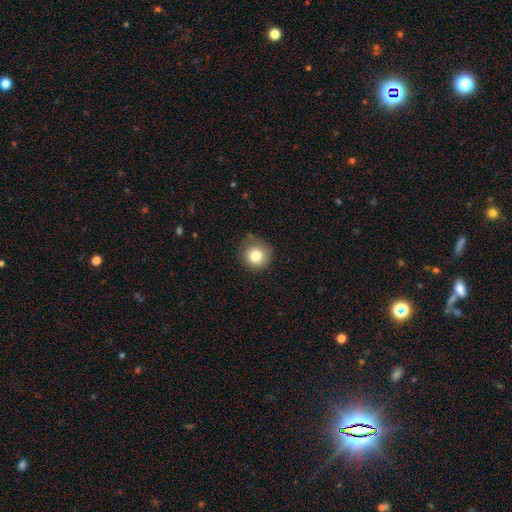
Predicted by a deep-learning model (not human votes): A smooth galaxy with no disk features (80%) that is round (94%).

Vote fractions:
- Smooth or featured? smooth: 80% / star or artifact: 11% / featured or disk: 9%
- How rounded? round: 94% / in between: 5% / cigar-shaped: 1%
- Merging? none: 74% / minor disturbance: 19% / major disturbance: 5% / merger: 2%